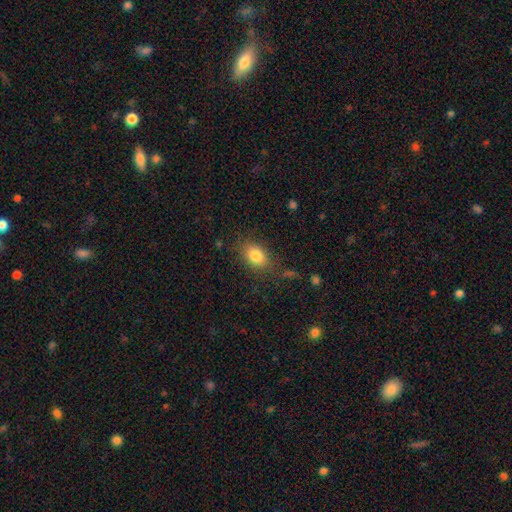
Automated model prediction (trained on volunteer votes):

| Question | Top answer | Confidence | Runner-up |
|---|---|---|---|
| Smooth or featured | smooth | 82% | star or artifact (9%) |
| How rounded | in between | 77% | round (21%) |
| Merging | none | 79% | minor disturbance (14%) |